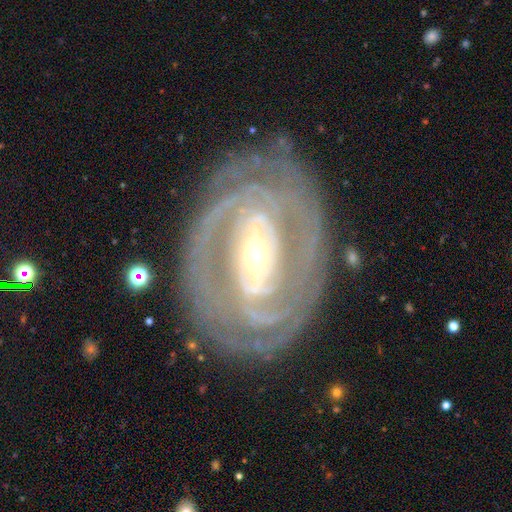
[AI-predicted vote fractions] Smooth or featured?
  - featured or disk: 90% *
  - smooth: 5%
  - star or artifact: 4%
Edge-on disk?
  - no: 95% *
  - yes: 5%
Bar?
  - strong: 48% *
  - weak: 33%
  - no: 19%
Spiral arms?
  - yes: 93% *
  - no: 7%
Spiral winding?
  - tight: 69% *
  - medium: 24%
  - loose: 7%
Spiral arm count?
  - 2: 41% *
  - can't tell: 25%
  - 3: 13%
  - 4: 8%
  - more than 4: 7%
  - 1: 6%
Bulge size?
  - moderate: 53% *
  - small: 39%
  - large: 6%
  - dominant: 1%
  - none: 1%
Merging?
  - none: 75% *
  - minor disturbance: 15%
  - major disturbance: 8%
  - merger: 2%